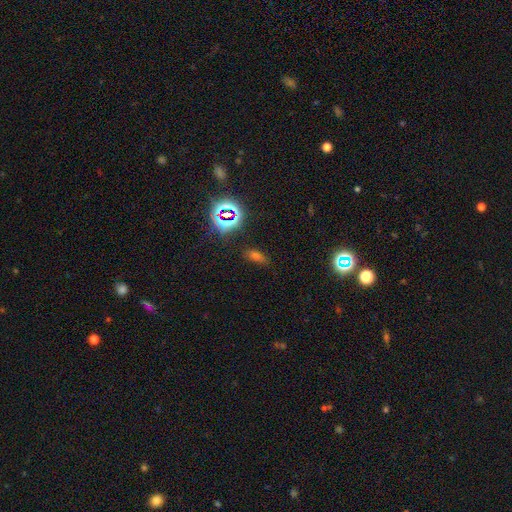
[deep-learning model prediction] A smooth galaxy with no disk features (51%) that is in between round and cigar-shaped (72%).

Vote fractions:
- Smooth or featured? smooth: 51% / star or artifact: 39% / featured or disk: 10%
- How rounded? in between: 72% / cigar-shaped: 15% / round: 13%
- Merging? none: 79% / minor disturbance: 14% / major disturbance: 5% / merger: 3%